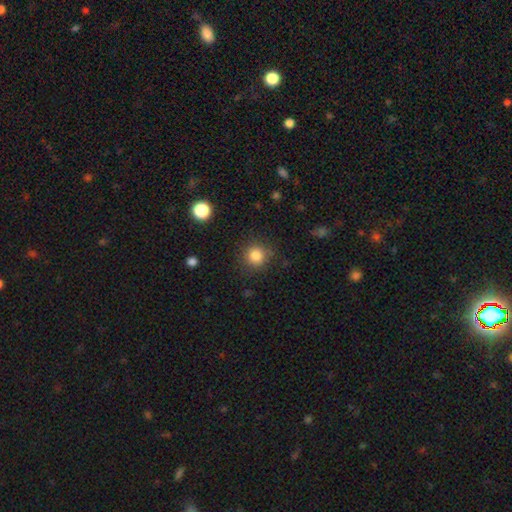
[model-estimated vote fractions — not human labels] Smooth or featured? smooth (84%)
How rounded? round (93%)
Merging? none (83%)